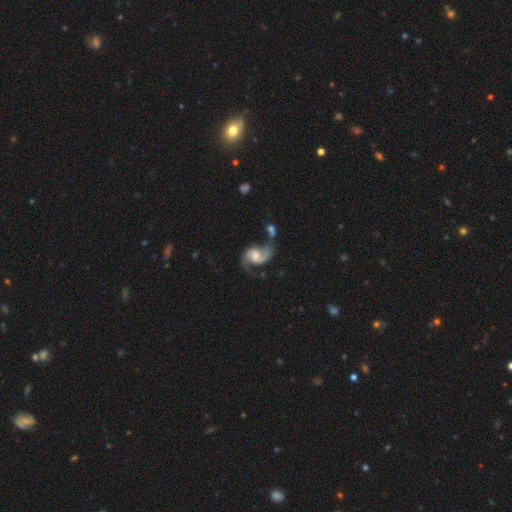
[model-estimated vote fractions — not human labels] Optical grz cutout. It shows a featured or disk galaxy (85%) with no bar (50%), 2 (89%) loose (46%) spiral arms (96%) and a moderate central bulge (45%). Merging: none (45%).